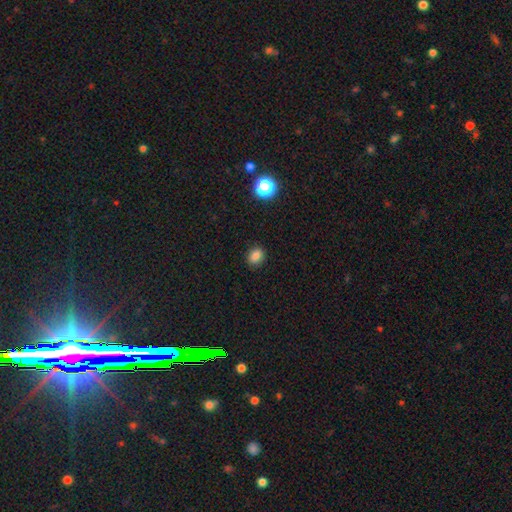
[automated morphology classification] This appears to be a smooth galaxy with no disk features (83%) that is in between round and cigar-shaped (51%). Merging: none (88%).